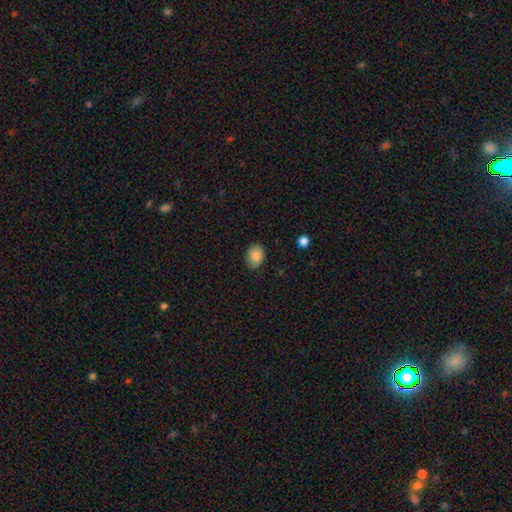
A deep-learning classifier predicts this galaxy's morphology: type=smooth (86%); roundness=in between (72%); merging=none (80%).